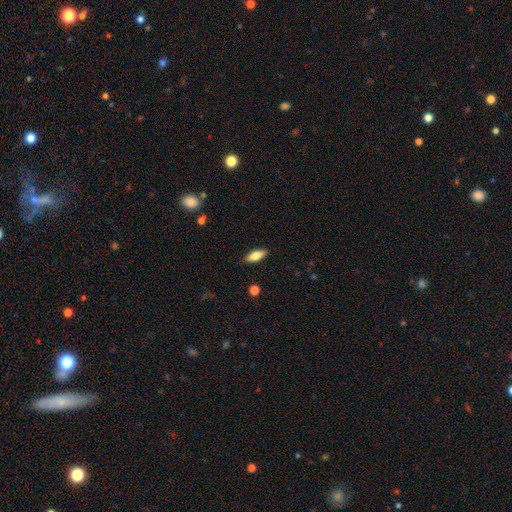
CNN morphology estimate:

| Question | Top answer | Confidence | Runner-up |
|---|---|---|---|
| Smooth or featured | smooth | 73% | featured or disk (21%) |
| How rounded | in between | 76% | cigar-shaped (22%) |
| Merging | none | 88% | minor disturbance (9%) |